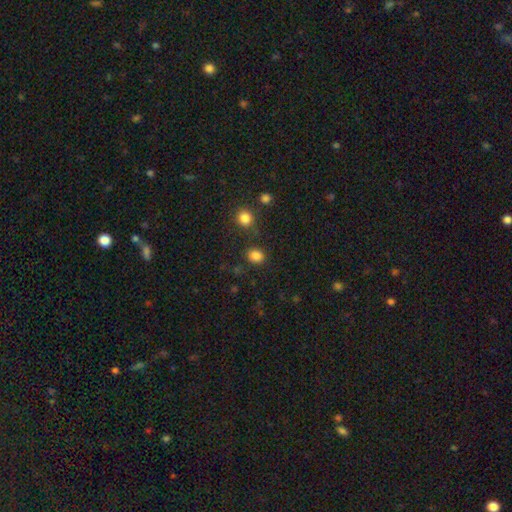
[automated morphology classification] A smooth galaxy with no disk features (84%) that is round (64%). Merging: none (82%).